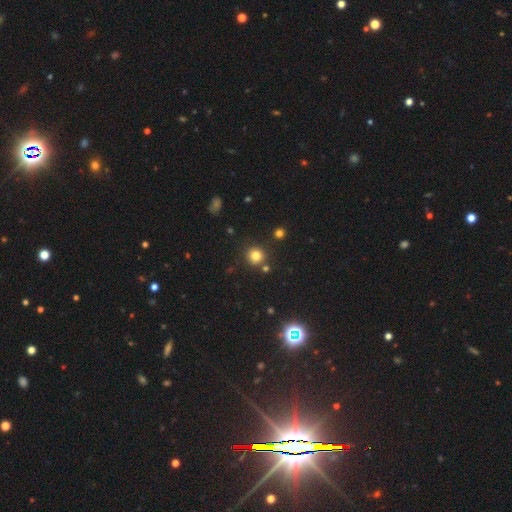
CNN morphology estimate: Smooth or featured?
  - smooth: 79% *
  - star or artifact: 15%
  - featured or disk: 7%
How rounded?
  - round: 92% *
  - in between: 7%
  - cigar-shaped: 1%
Merging?
  - none: 82% *
  - minor disturbance: 8%
  - merger: 7%
  - major disturbance: 3%